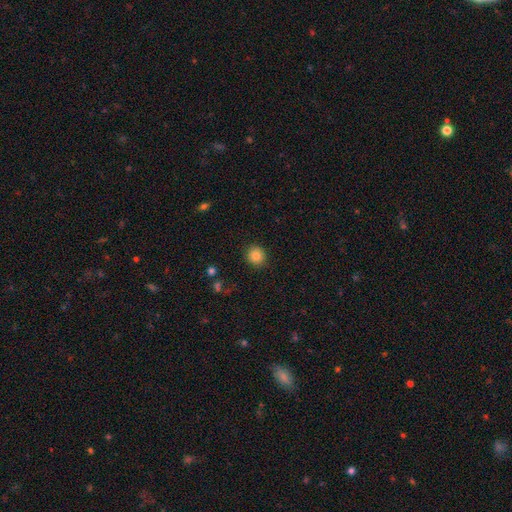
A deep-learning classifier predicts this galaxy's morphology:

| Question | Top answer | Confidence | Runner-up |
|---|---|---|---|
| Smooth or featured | smooth | 85% | star or artifact (10%) |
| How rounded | round | 86% | in between (13%) |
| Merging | none | 90% | minor disturbance (7%) |